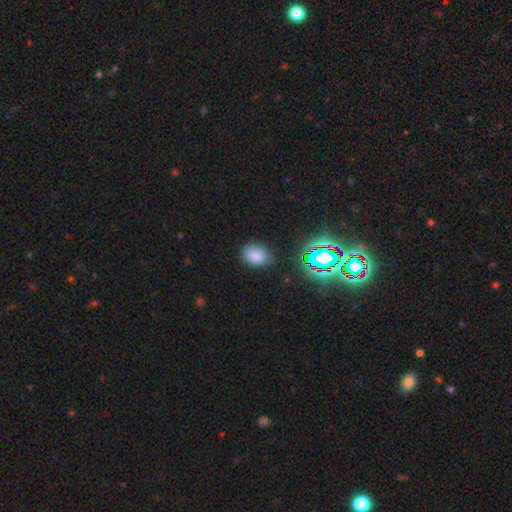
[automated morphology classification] Smooth or featured? smooth (77%)
How rounded? in between (78%)
Merging? none (78%)